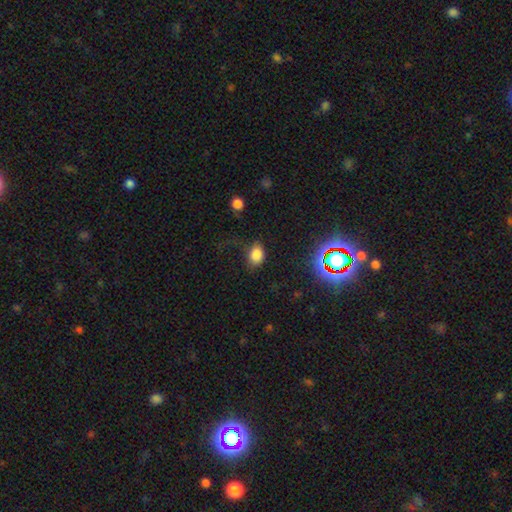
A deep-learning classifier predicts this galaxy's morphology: type=smooth (79%); roundness=in between (70%); merging=none (62%).